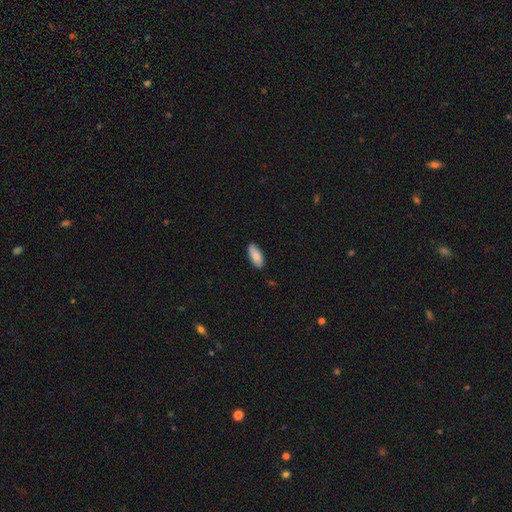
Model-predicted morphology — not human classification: A smooth galaxy with no disk features (84%) that is in between round and cigar-shaped (85%). Merging: none (86%).